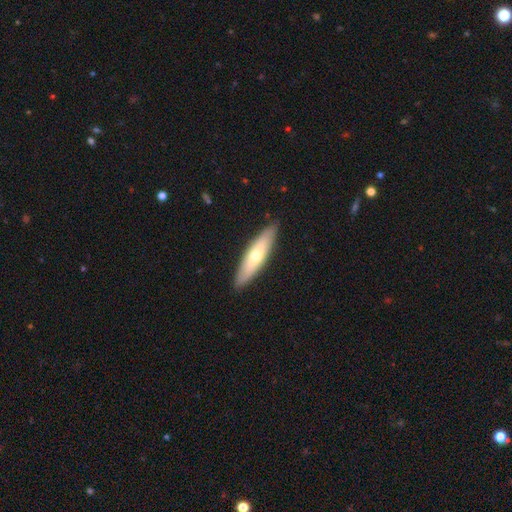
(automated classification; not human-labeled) smooth 57%, featured or disk 38%, star or artifact 5%. Down the decision tree: how rounded — cigar-shaped (72%); merging — none (89%).